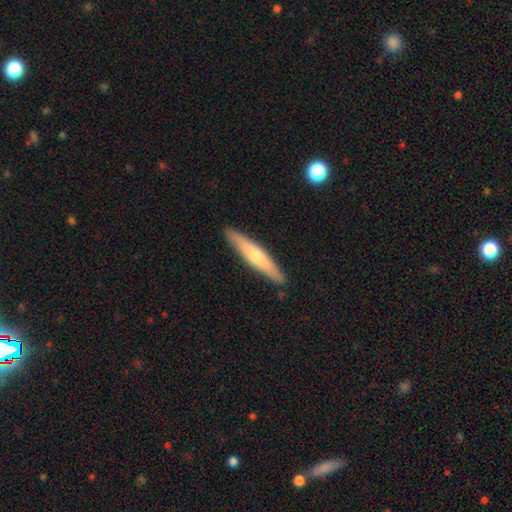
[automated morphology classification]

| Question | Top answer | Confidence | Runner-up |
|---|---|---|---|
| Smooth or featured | smooth | 57% | featured or disk (38%) |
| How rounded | cigar-shaped | 91% | in between (8%) |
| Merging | none | 90% | minor disturbance (7%) |